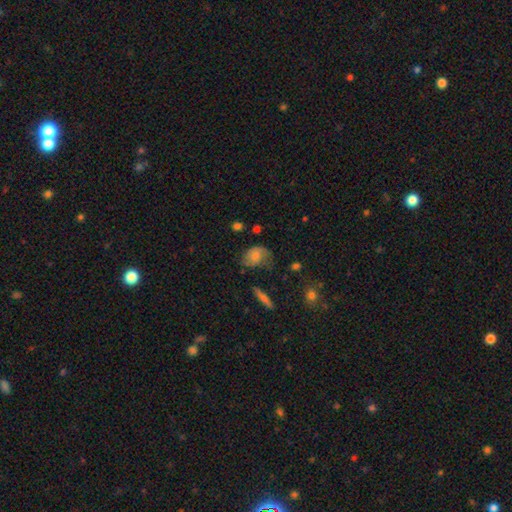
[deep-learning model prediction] Morphology: type=smooth (55%); roundness=in between (65%); merging=none (44%).